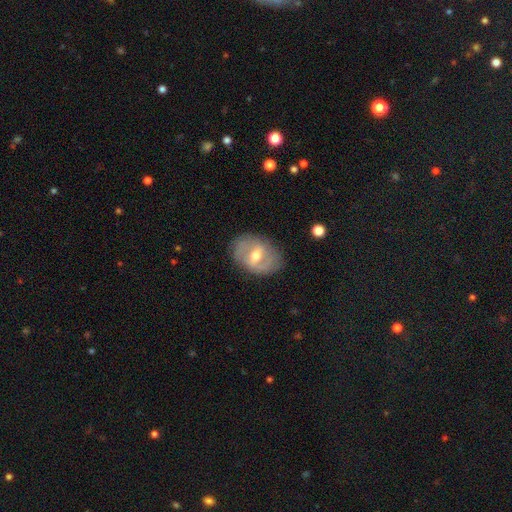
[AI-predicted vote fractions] Overall: featured or disk (66%; smooth 27%). Edge-on disk: no (93%). Bar: weak (49%; strong 34%). Spiral arms: yes (54%; no 46%). Bulge size: moderate (74%). Merging: none (79%).